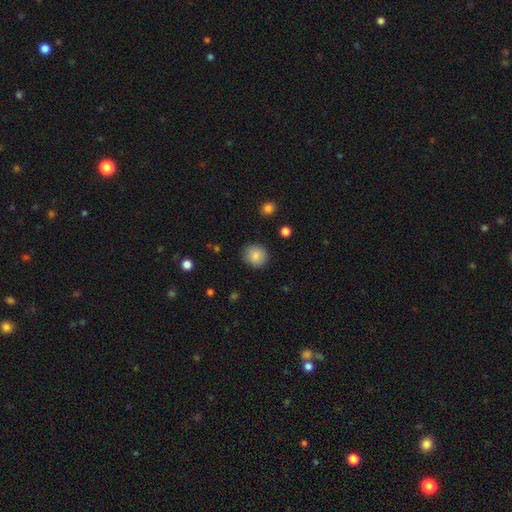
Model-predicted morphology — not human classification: Q: Smooth or featured?
A: smooth (87%); runner-up: star or artifact (8%)
Q: How rounded?
A: round (89%); runner-up: in between (10%)
Q: Merging?
A: none (89%); runner-up: minor disturbance (8%)